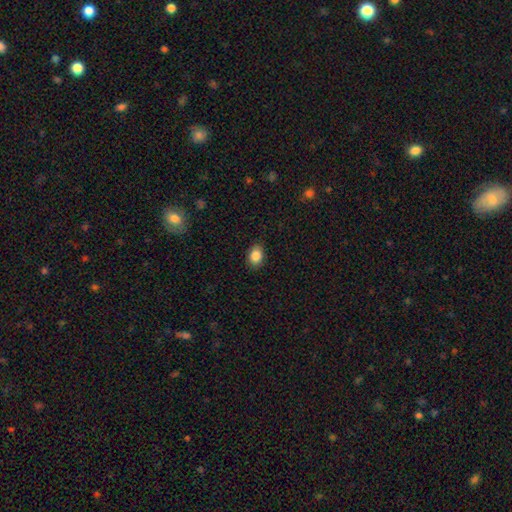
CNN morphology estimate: Smooth or featured? Predicted: smooth (p=0.86). How rounded? Predicted: in between (p=0.71). Merging? Predicted: none (p=0.88).